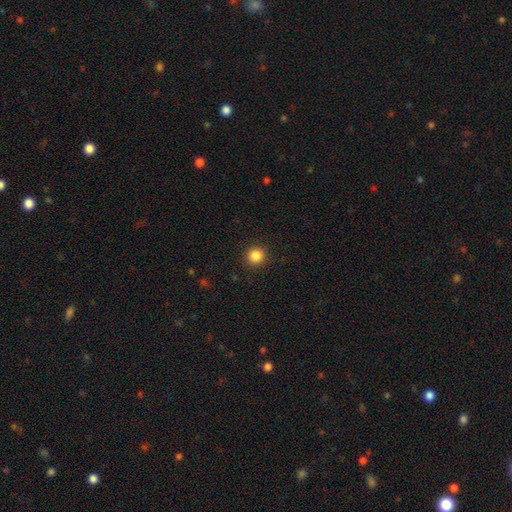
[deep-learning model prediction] This appears to be a smooth galaxy with no disk features (86%) that is round (92%). Merging: none (92%).